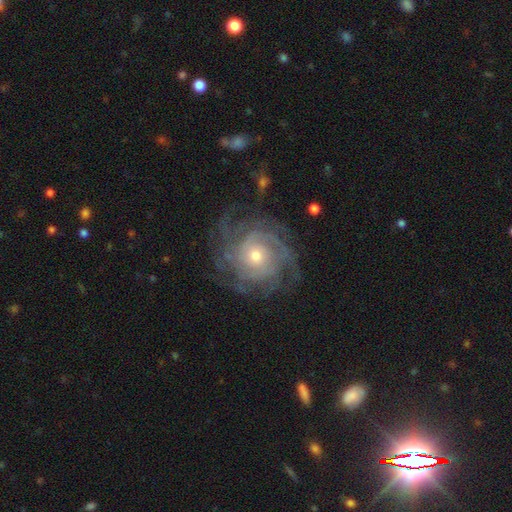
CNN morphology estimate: The model was most divided on "bulge size": moderate: 52%, small: 42%, large: 4%, none: 1%, dominant: 1%. Remaining: edge-on disk — no (97%); spiral arms — yes (94%); smooth or featured — featured or disk (84%); bar — no (80%); merging — none (72%); spiral winding — tight (66%); spiral arm count — can't tell (36%).